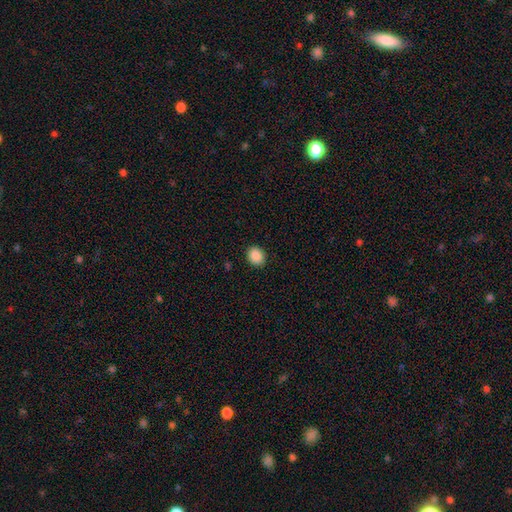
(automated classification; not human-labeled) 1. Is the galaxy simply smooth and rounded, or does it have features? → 89% smooth, 8% star or artifact, 3% featured or disk.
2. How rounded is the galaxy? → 57% round, 42% in between, 1% cigar-shaped.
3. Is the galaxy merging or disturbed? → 91% none, 7% minor disturbance, 2% major disturbance, 1% merger.